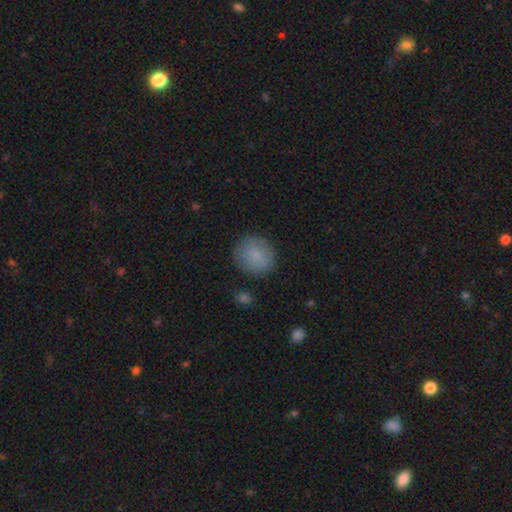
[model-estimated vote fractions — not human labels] smooth_or_featured: smooth (p=0.85) [alt: featured or disk p=0.08]
how_rounded: round (p=0.79) [alt: in between p=0.20]
merging: none (p=0.85) [alt: minor disturbance p=0.11]